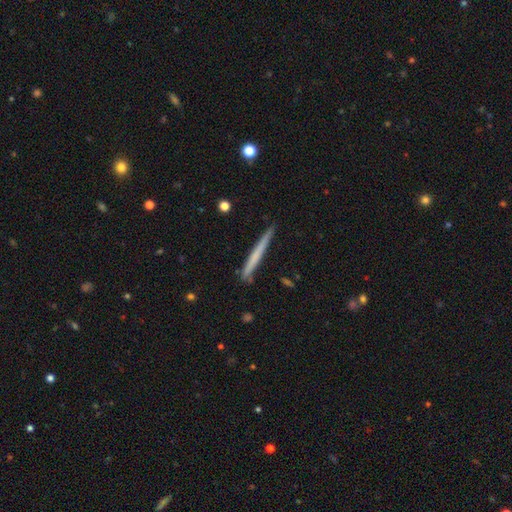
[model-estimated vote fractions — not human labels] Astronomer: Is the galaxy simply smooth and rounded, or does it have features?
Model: smooth — 55% (runner-up: featured or disk, 38%).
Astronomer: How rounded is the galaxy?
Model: cigar-shaped — 97%.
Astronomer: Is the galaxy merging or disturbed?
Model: none — 86%.